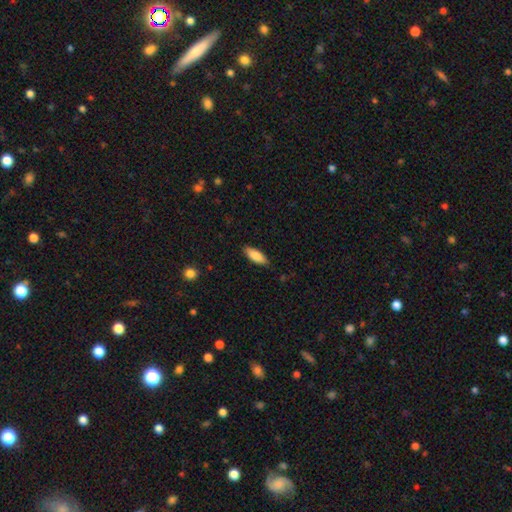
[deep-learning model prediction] Smooth or featured? Predicted: smooth (p=0.85). How rounded? Predicted: in between (p=0.72). Merging? Predicted: none (p=0.85).